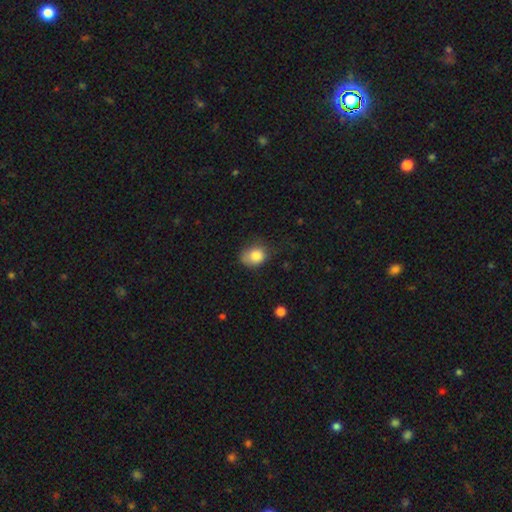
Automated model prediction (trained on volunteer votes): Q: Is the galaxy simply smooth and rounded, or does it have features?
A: smooth — 82%.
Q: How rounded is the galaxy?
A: in between — 52%.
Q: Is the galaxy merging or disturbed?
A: none — 49%.